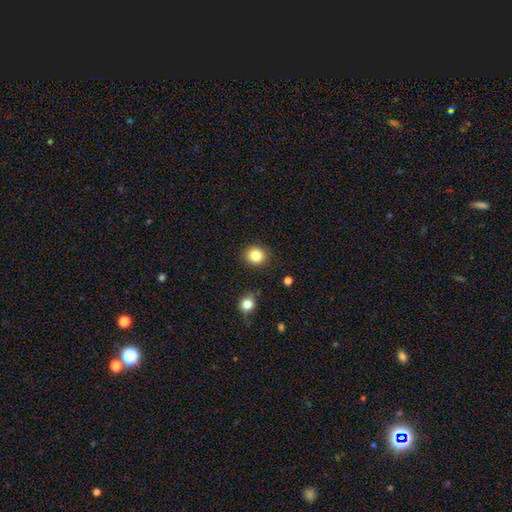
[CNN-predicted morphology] The model was most divided on "how rounded": round: 83%, in between: 16%, cigar-shaped: 1%. More confident: merging — none (88%); smooth or featured — smooth (83%).